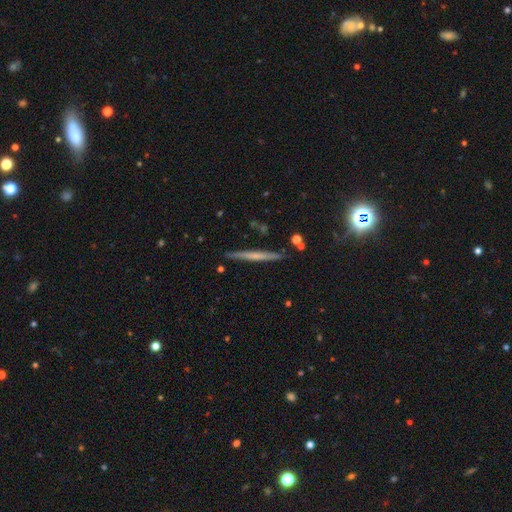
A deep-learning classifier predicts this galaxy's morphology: smooth_or_featured: featured or disk (p=0.54) [alt: smooth p=0.39]
disk_edge_on: yes (p=0.97) [alt: no p=0.03]
edge_on_bulge: none (p=0.71) [alt: rounded p=0.22]
merging: none (p=0.89) [alt: minor disturbance p=0.08]